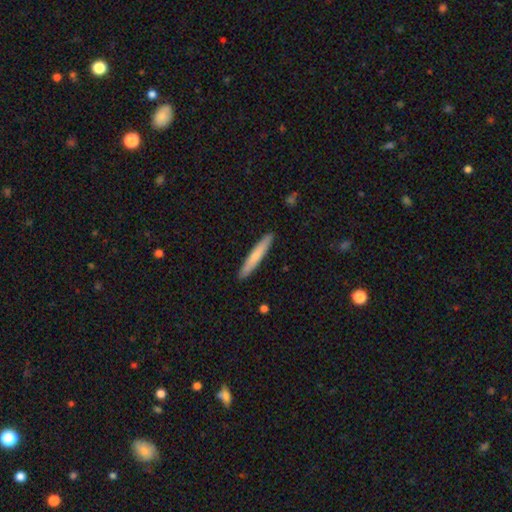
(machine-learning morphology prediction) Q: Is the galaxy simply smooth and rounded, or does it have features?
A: smooth — 71%.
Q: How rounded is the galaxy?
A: cigar-shaped — 95%.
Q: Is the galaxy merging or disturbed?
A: none — 92%.